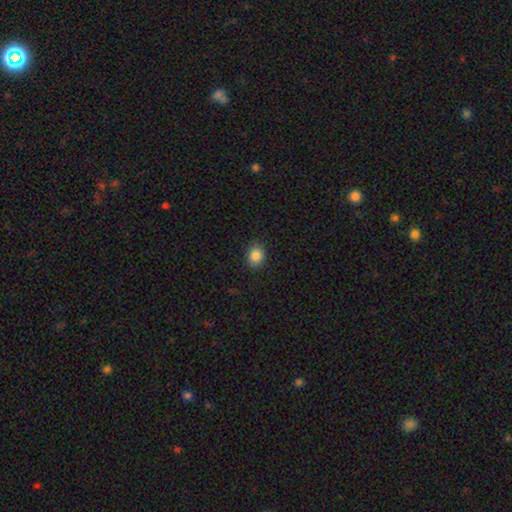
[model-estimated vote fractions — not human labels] Morphology: type=smooth (86%); roundness=round (52%); merging=none (88%).